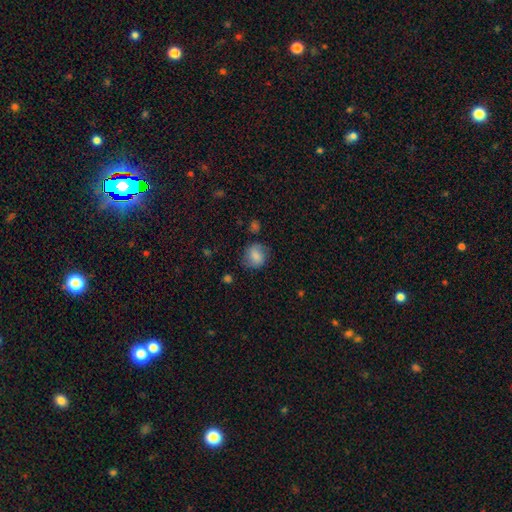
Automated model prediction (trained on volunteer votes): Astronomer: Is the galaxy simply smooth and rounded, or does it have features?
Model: smooth — 77%.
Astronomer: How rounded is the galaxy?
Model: round — 69%.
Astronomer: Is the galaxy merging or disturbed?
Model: none — 69%.